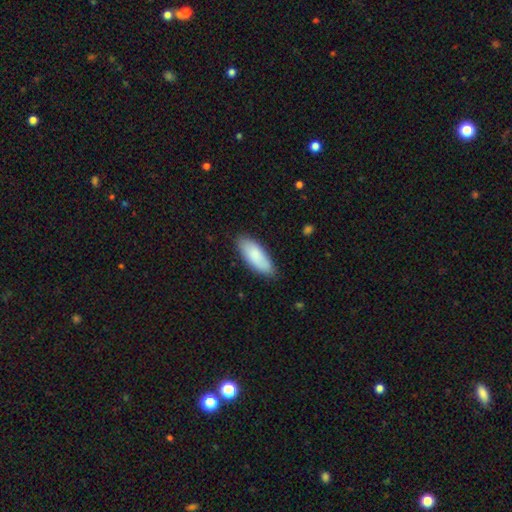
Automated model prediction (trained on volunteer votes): Q: Smooth or featured?
A: smooth (85%); runner-up: featured or disk (10%)
Q: How rounded?
A: in between (75%); runner-up: cigar-shaped (23%)
Q: Merging?
A: none (83%); runner-up: minor disturbance (13%)